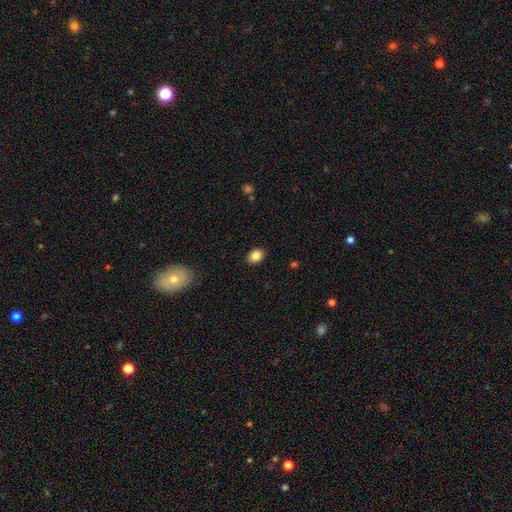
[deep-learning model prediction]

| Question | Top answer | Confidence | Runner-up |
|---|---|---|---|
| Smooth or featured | smooth | 86% | star or artifact (9%) |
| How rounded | in between | 62% | round (37%) |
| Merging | none | 88% | minor disturbance (9%) |